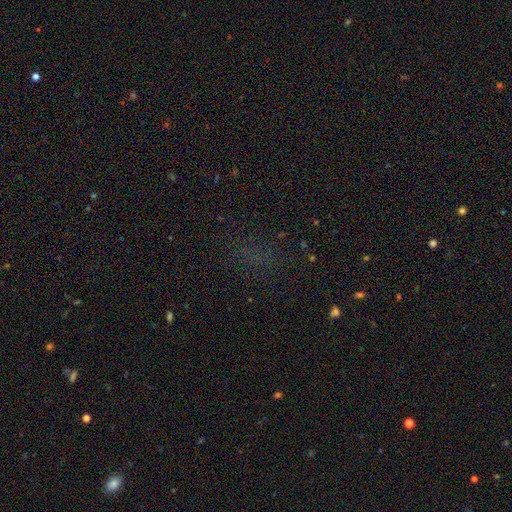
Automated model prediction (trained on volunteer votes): Smooth or featured? Predicted: star or artifact (p=0.55).